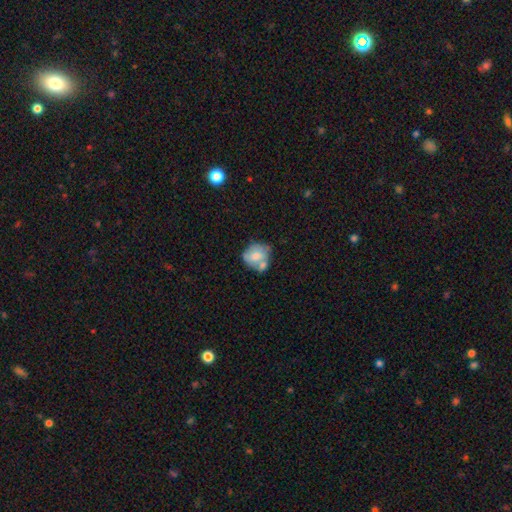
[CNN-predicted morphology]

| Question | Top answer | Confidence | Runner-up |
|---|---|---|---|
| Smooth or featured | smooth | 64% | featured or disk (28%) |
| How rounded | round | 72% | in between (27%) |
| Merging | merger | 41% | none (33%) |